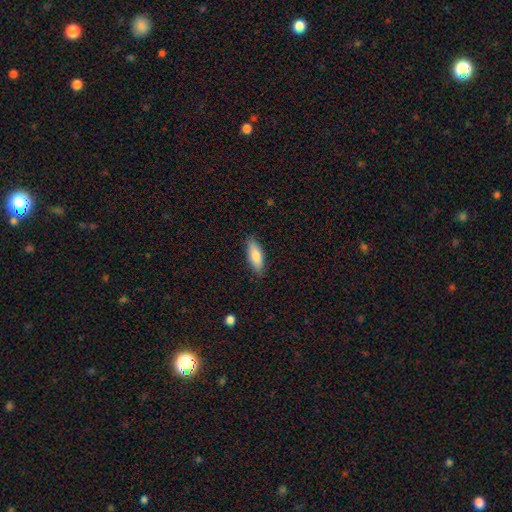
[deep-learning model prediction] Smooth or featured: smooth — 82% (featured or disk — 12%)
How rounded: in between — 67% (cigar-shaped — 31%)
Merging: none — 85% (minor disturbance — 11%)